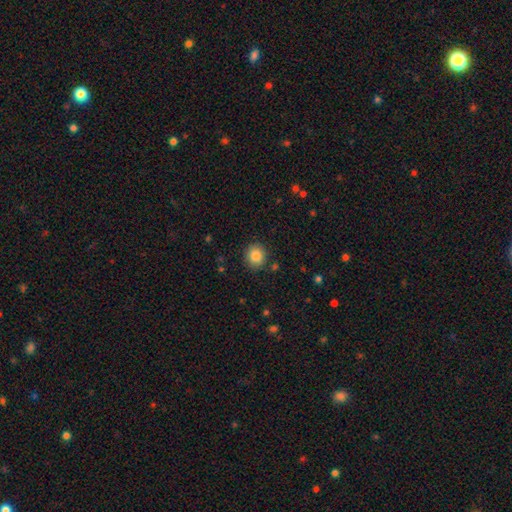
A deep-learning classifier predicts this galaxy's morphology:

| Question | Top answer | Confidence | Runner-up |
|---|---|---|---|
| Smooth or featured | smooth | 86% | star or artifact (9%) |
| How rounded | round | 85% | in between (14%) |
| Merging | none | 88% | minor disturbance (8%) |